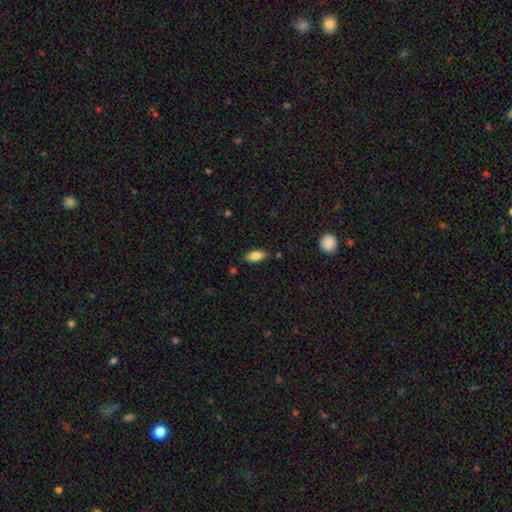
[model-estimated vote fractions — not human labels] Smooth or featured? smooth (83%)
How rounded? in between (86%)
Merging? none (83%)